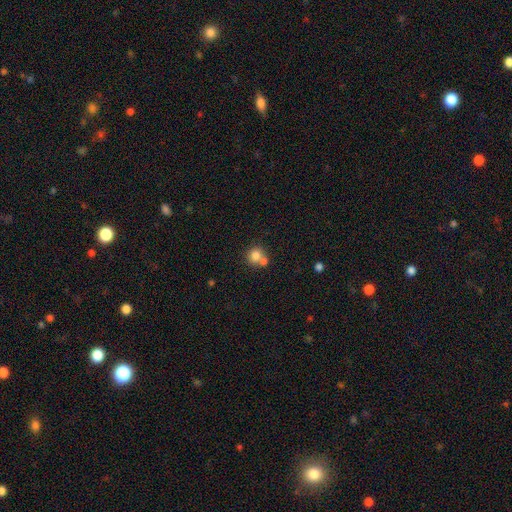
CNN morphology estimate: This appears to be a smooth galaxy with no disk features (80%) that is round (85%). Merging: none (47%).